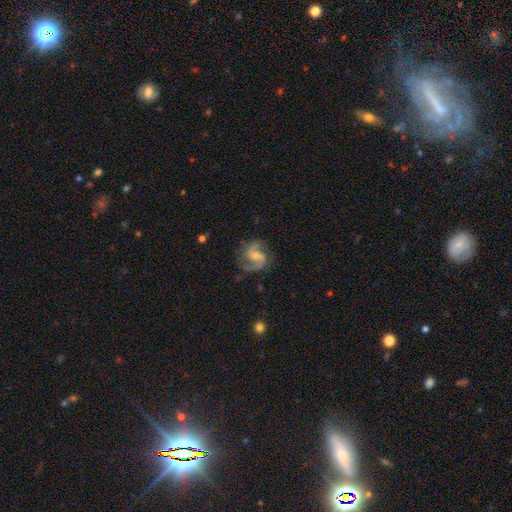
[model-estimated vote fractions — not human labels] smooth_or_featured: featured or disk (p=0.87) [alt: smooth p=0.07]
disk_edge_on: no (p=0.98) [alt: yes p=0.02]
bar: weak (p=0.46) [alt: no p=0.41]
has_spiral_arms: yes (p=0.97) [alt: no p=0.03]
spiral_winding: medium (p=0.55) [alt: loose p=0.29]
spiral_arm_count: 2 (p=0.91) [alt: can't tell p=0.03]
bulge_size: moderate (p=0.48) [alt: small p=0.45]
merging: none (p=0.76) [alt: minor disturbance p=0.16]